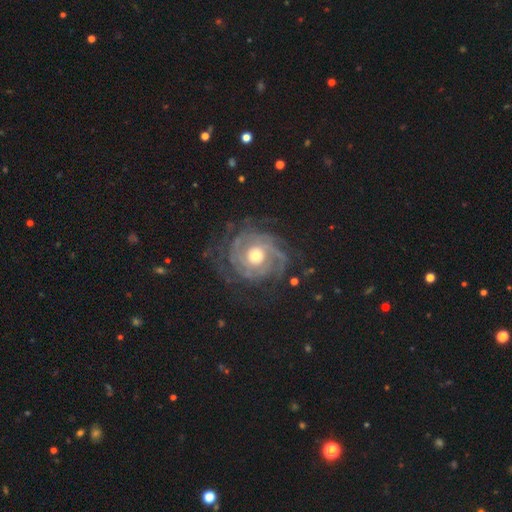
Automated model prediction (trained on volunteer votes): This appears to be a featured or disk galaxy (87%) with no bar (79%), tight (73%) spiral arms (95%) and a moderate central bulge (67%). Merging: none (71%).